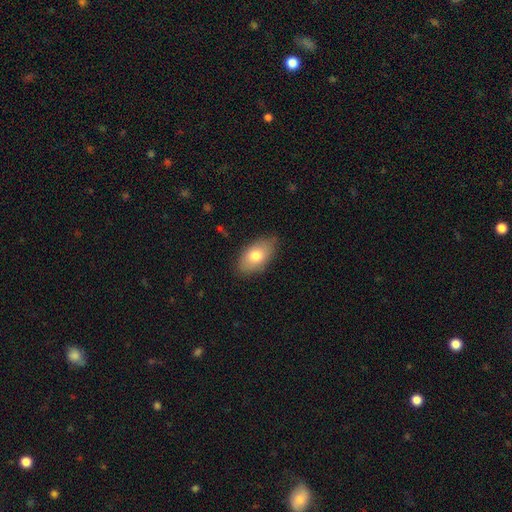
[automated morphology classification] A smooth galaxy with no disk features (76%) that is in between round and cigar-shaped (92%). Merging: none (80%).